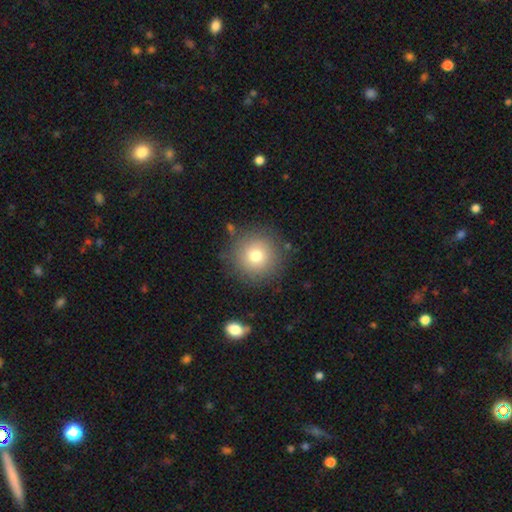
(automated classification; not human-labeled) Morphology: type=smooth (76%); roundness=round (95%); merging=none (86%).